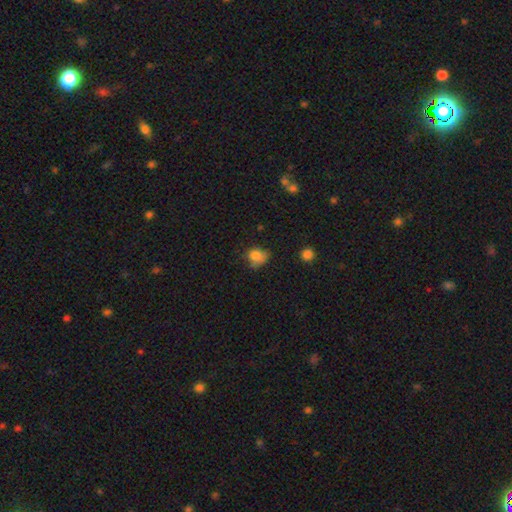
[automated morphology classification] Smooth or featured? Predicted: smooth (p=0.79). How rounded? Predicted: round (p=0.59). Merging? Predicted: none (p=0.43).